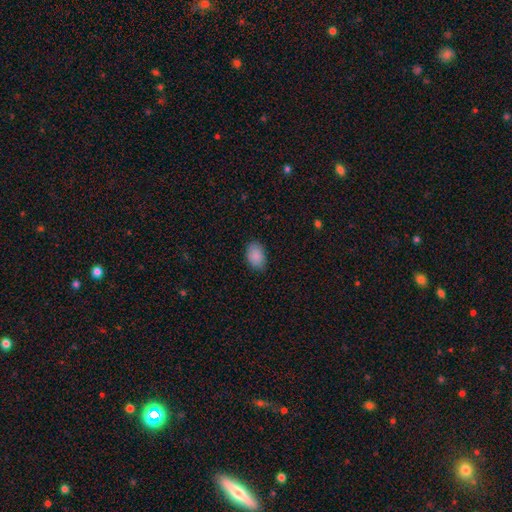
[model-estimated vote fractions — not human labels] A smooth galaxy with no disk features (89%) that is in between round and cigar-shaped (85%). Merging: none (84%).